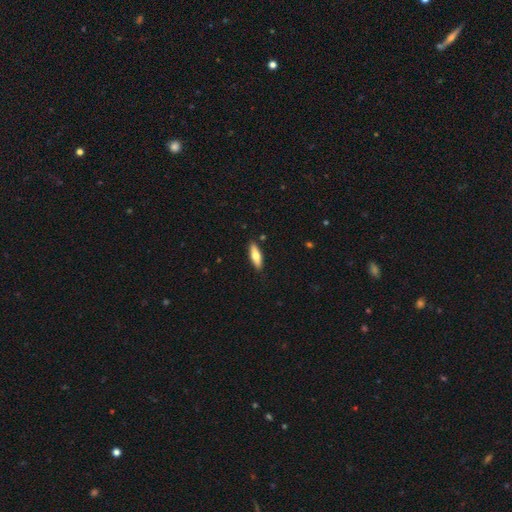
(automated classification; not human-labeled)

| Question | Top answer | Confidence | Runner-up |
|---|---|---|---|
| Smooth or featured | smooth | 66% | featured or disk (28%) |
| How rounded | cigar-shaped | 51% | in between (47%) |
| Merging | none | 88% | minor disturbance (9%) |